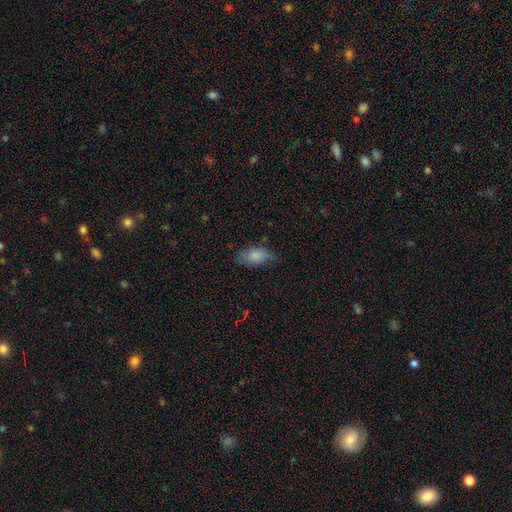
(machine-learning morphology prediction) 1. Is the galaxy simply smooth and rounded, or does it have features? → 81% smooth, 11% featured or disk, 9% star or artifact.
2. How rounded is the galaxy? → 91% in between, 5% round, 4% cigar-shaped.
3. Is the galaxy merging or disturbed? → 65% none, 26% minor disturbance, 8% major disturbance, 2% merger.